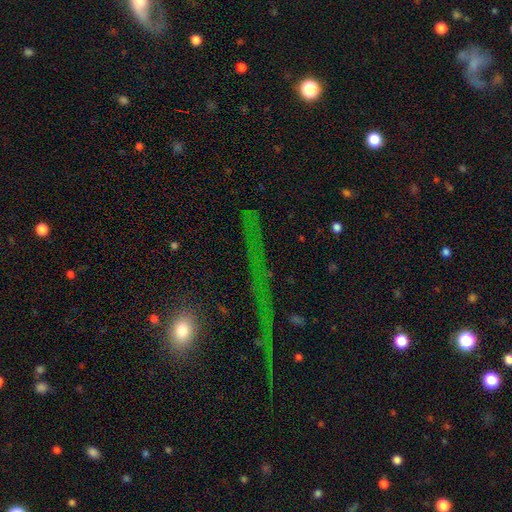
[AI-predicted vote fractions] smooth-or-featured: star or artifact: 52% | smooth: 28% | featured or disk: 19%